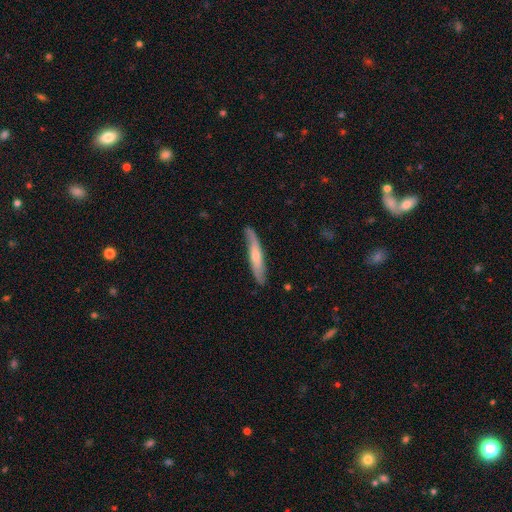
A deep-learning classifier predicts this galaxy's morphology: Smooth or featured? smooth (53%)
How rounded? cigar-shaped (90%)
Merging? none (80%)